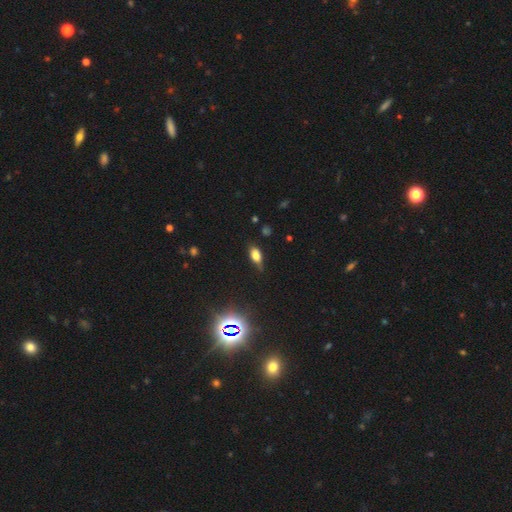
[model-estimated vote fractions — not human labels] Smooth or featured? smooth (69%)
How rounded? in between (84%)
Merging? none (66%)